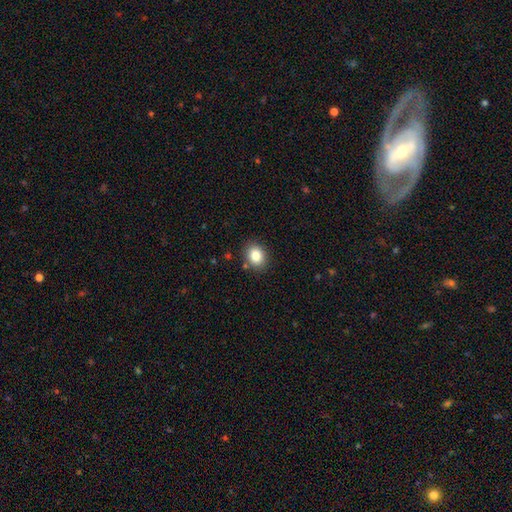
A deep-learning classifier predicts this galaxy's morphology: This appears to be a smooth galaxy with no disk features (84%) that is round (53%). Merging: none (86%).